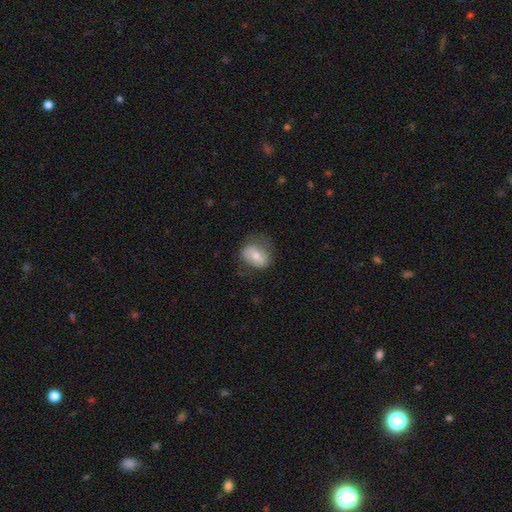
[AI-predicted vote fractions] This appears to be a smooth galaxy with no disk features (60%) that is in between round and cigar-shaped (61%). Merging: none (61%).